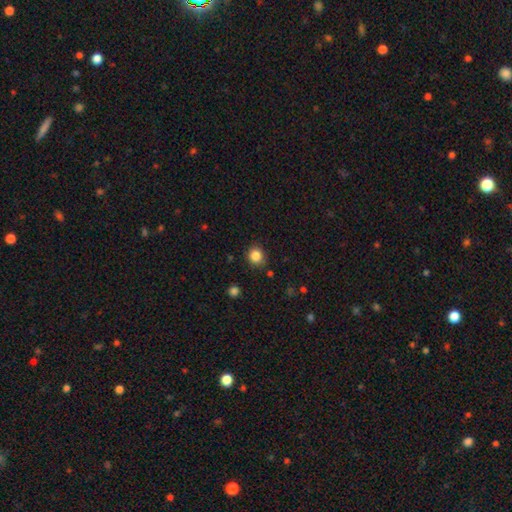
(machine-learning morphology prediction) Smooth or featured? smooth (85%)
How rounded? round (88%)
Merging? none (85%)